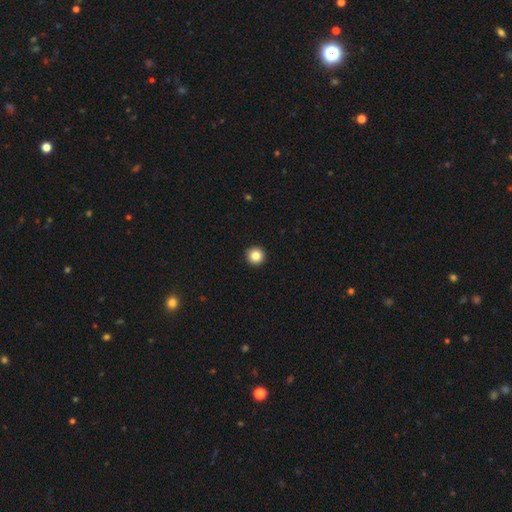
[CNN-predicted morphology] type=smooth (85%); roundness=round (97%); merging=none (94%).